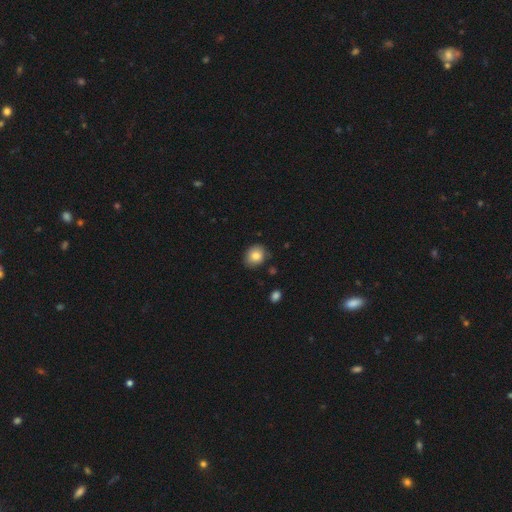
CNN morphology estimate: This appears to be a smooth galaxy with no disk features (82%) that is round (64%). Merging: none (78%).